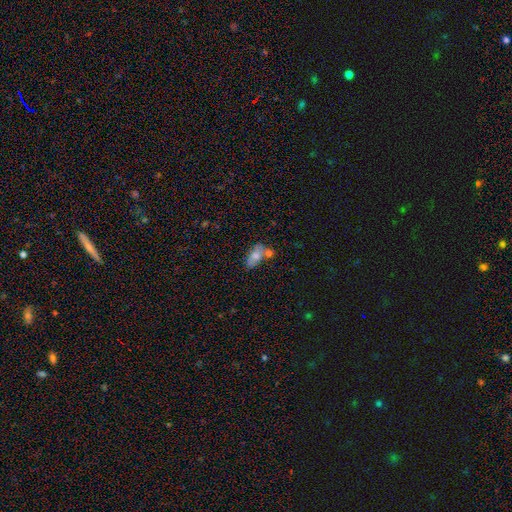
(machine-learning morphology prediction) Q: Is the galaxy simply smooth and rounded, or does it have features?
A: smooth — 67%.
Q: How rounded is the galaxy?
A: in between — 87%.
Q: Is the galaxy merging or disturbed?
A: none — 42%.